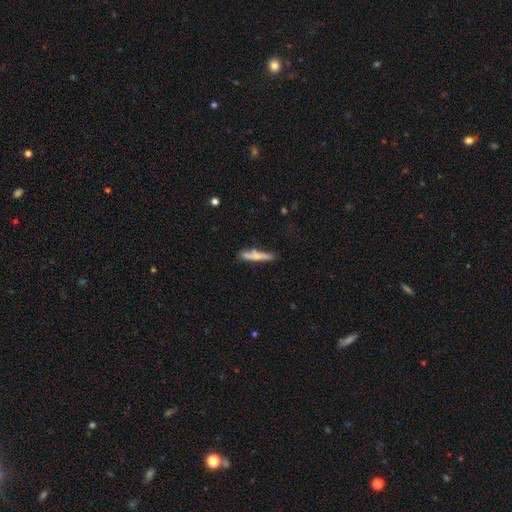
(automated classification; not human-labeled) smooth 61%, featured or disk 33%, star or artifact 6%. Down the decision tree: how rounded — cigar-shaped (90%); merging — none (69%).